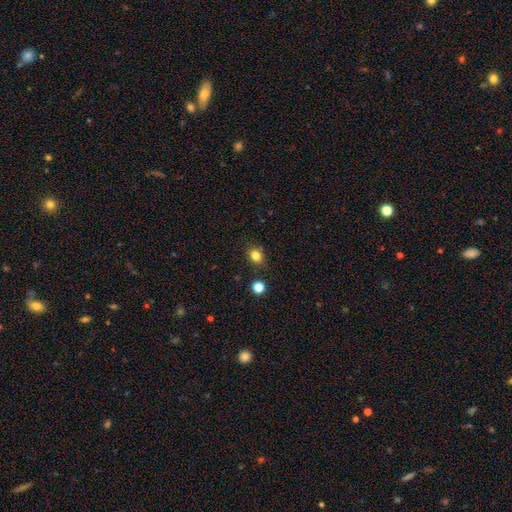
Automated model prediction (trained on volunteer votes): Smooth or featured? Predicted: smooth (p=0.82). How rounded? Predicted: round (p=0.50). Merging? Predicted: none (p=0.83).